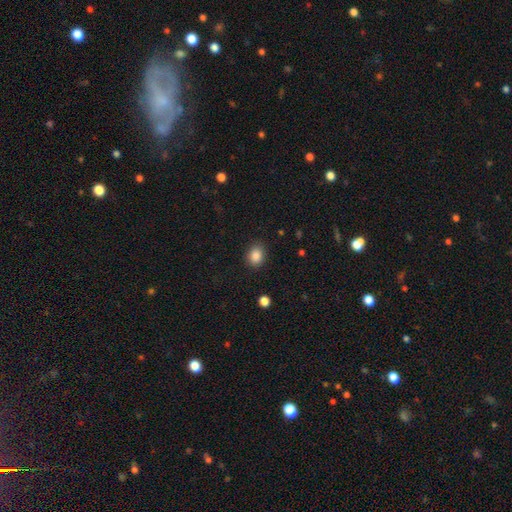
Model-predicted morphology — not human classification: smooth 86%, star or artifact 10%, featured or disk 4%. Down the decision tree: how rounded — round (52%); merging — none (85%).